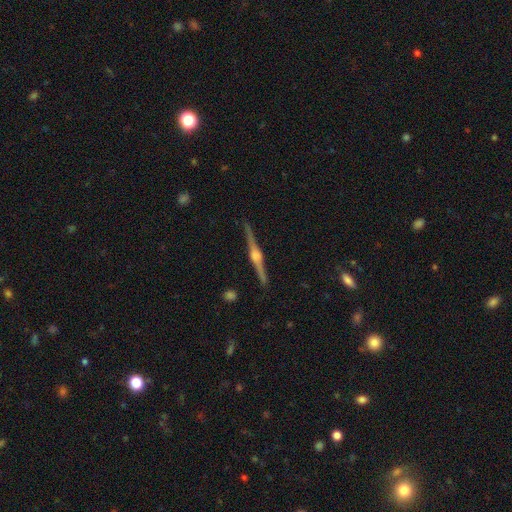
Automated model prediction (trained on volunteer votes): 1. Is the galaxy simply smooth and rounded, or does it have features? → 88% featured or disk, 7% smooth, 5% star or artifact.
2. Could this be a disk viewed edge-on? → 99% yes, 1% no.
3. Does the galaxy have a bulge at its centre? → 89% rounded, 8% boxy, 3% none.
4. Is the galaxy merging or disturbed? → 92% none, 6% minor disturbance, 1% major disturbance, 1% merger.